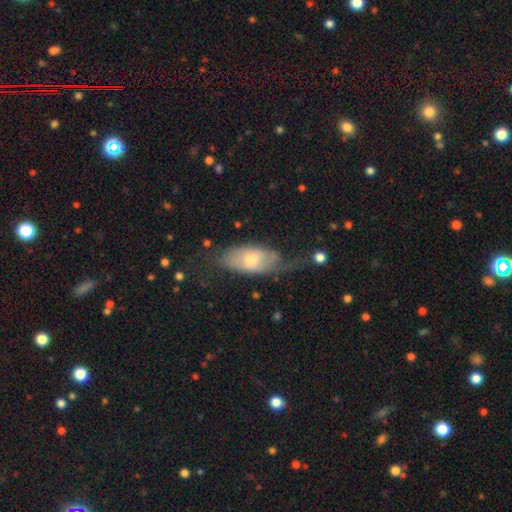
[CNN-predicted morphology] A smooth galaxy with no disk features (49%).

Vote fractions:
- Smooth or featured? smooth: 49% / featured or disk: 45% / star or artifact: 7%
- Merging? none: 38% / major disturbance: 30% / minor disturbance: 28% / merger: 3%